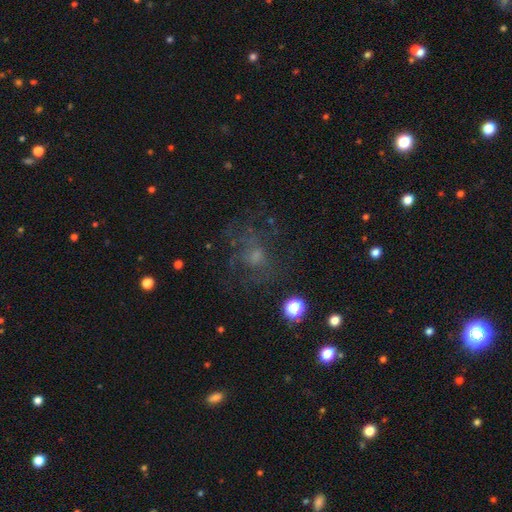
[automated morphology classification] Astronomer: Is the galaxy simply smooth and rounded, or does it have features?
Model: featured or disk — 43% (runner-up: smooth, 34%).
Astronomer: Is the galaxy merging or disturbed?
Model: none — 57%.